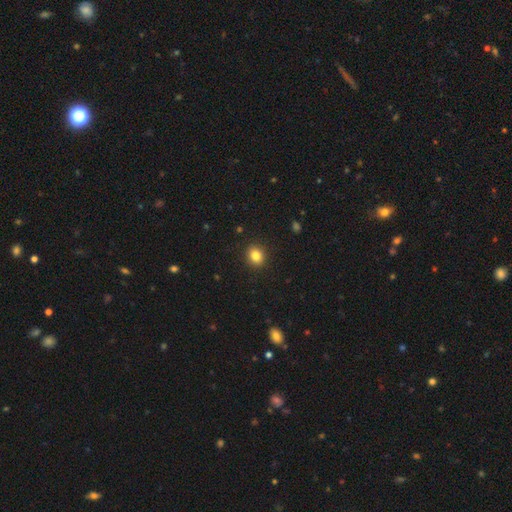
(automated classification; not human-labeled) Smooth or featured? Predicted: smooth (p=0.83). How rounded? Predicted: round (p=0.68). Merging? Predicted: none (p=0.91).